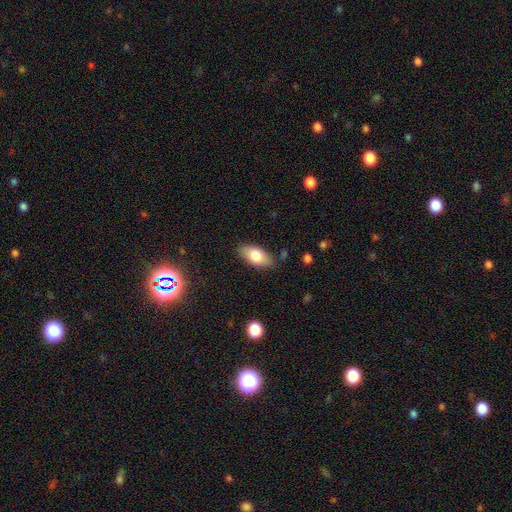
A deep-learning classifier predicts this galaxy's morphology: type=smooth (79%); roundness=in between (90%); merging=none (84%).